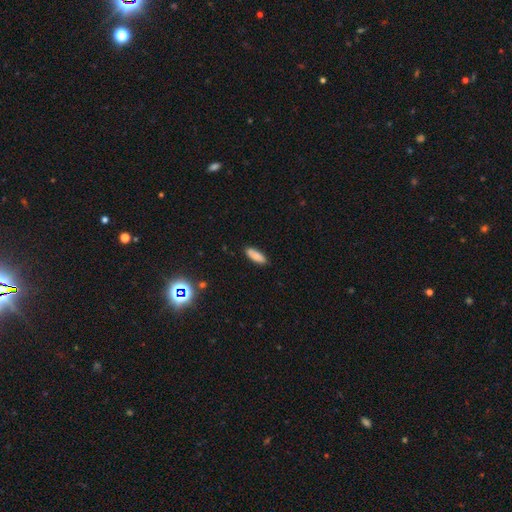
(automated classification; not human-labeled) Smooth or featured? smooth (81%)
How rounded? in between (63%)
Merging? none (80%)